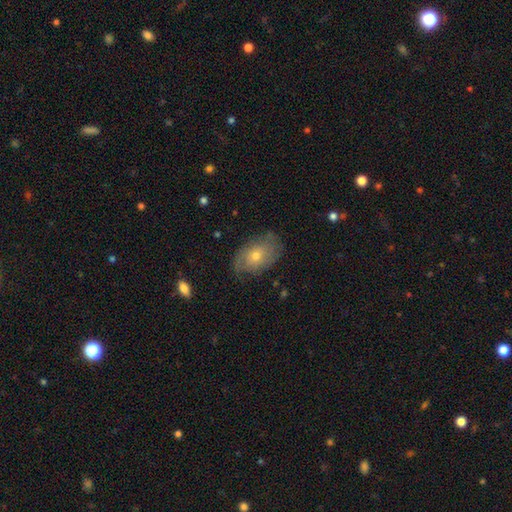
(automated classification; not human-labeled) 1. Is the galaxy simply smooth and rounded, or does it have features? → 53% smooth, 39% featured or disk, 8% star or artifact.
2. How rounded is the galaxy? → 86% in between, 12% round, 2% cigar-shaped.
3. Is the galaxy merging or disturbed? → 70% none, 22% minor disturbance, 6% major disturbance, 1% merger.